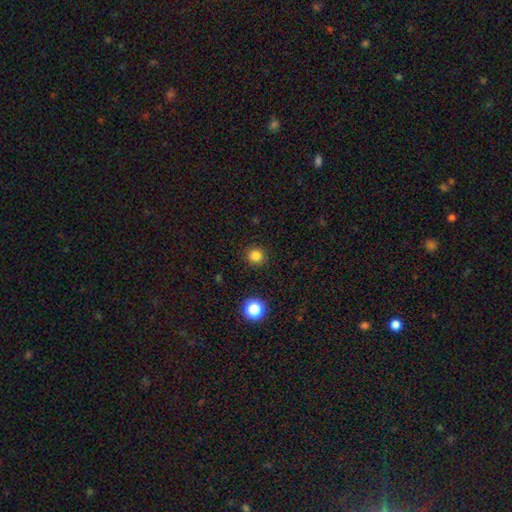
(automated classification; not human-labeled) Morphology: type=smooth (82%); roundness=round (92%); merging=none (91%).